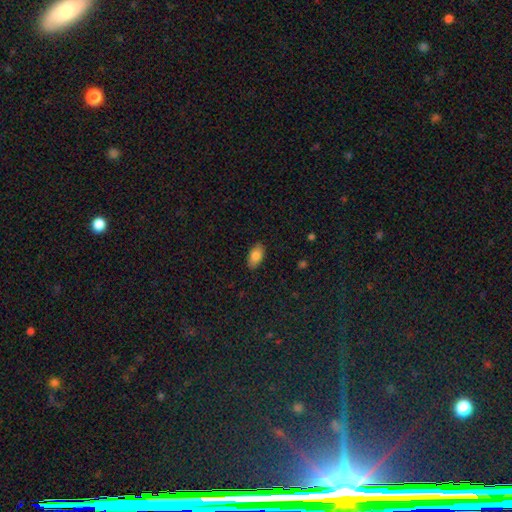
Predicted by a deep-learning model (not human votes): Smooth or featured? Predicted: smooth (p=0.83). How rounded? Predicted: in between (p=0.93). Merging? Predicted: none (p=0.87).